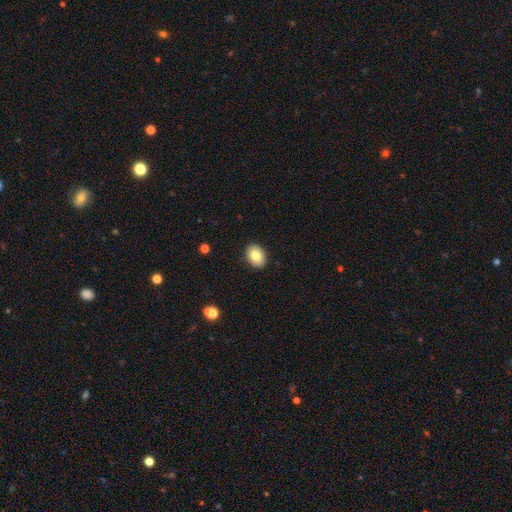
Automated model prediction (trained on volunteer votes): A smooth galaxy with no disk features (82%) that is in between round and cigar-shaped (75%).

Vote fractions:
- Smooth or featured? smooth: 82% / featured or disk: 10% / star or artifact: 8%
- How rounded? in between: 75% / round: 24% / cigar-shaped: 1%
- Merging? none: 90% / minor disturbance: 7% / major disturbance: 2% / merger: 1%